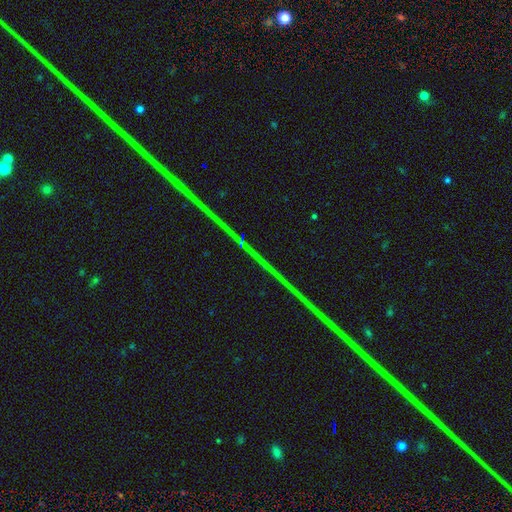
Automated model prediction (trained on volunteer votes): A star or artifact, not a galaxy (81%).